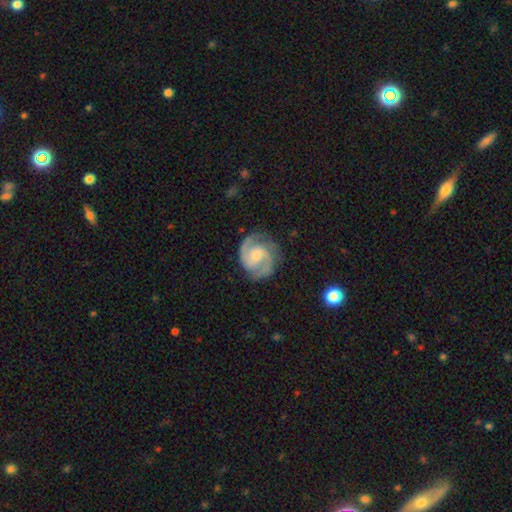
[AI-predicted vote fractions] featured or disk 88%, smooth 8%, star or artifact 5%. Down the decision tree: edge-on disk — no (98%); bar — no (50%); spiral arms — yes (98%); spiral arm count — 2 (79%); spiral winding — medium (51%); bulge size — moderate (40%); merging — none (77%).